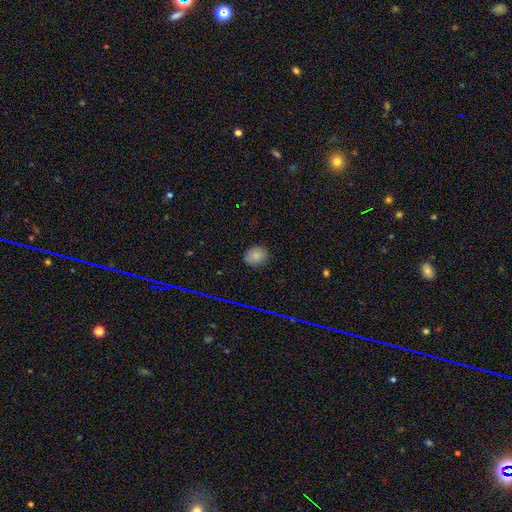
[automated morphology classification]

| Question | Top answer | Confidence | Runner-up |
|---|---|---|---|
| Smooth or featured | smooth | 78% | star or artifact (14%) |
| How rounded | round | 51% | in between (47%) |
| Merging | none | 85% | minor disturbance (12%) |